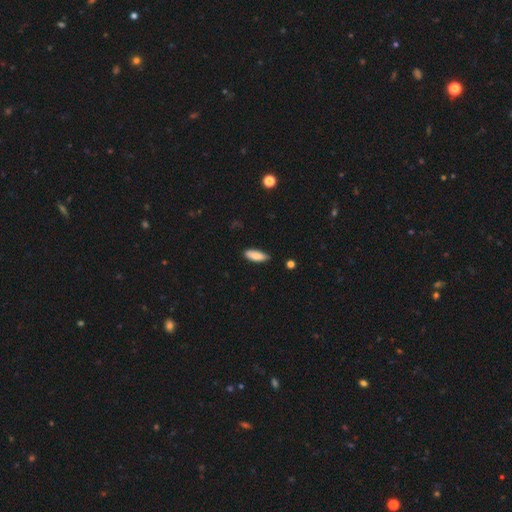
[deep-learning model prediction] A smooth galaxy with no disk features (85%) that is in between round and cigar-shaped (66%). Merging: none (80%).